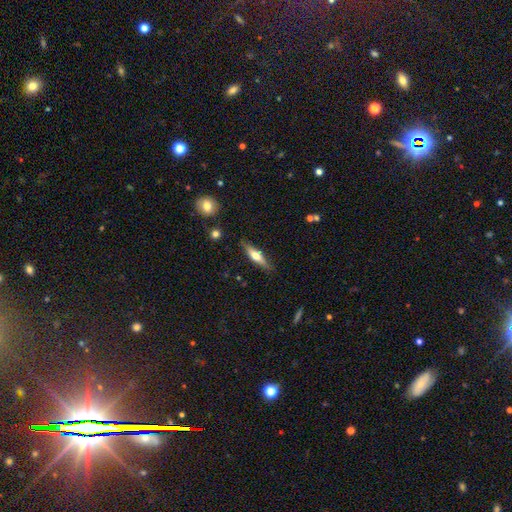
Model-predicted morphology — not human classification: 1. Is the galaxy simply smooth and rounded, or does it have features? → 53% featured or disk, 41% smooth, 6% star or artifact.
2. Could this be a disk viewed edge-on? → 93% yes, 7% no.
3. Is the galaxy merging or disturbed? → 86% none, 10% minor disturbance, 2% major disturbance, 2% merger.